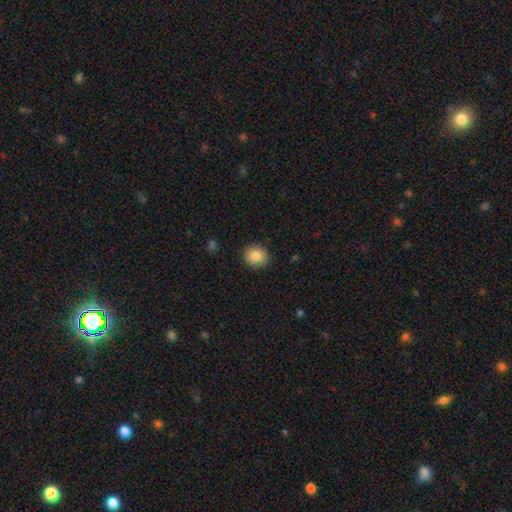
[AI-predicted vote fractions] Smooth or featured? smooth (86%)
How rounded? round (79%)
Merging? none (90%)